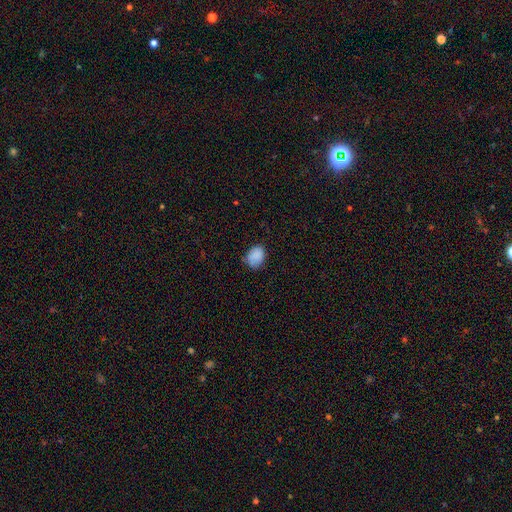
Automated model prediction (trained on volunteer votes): smooth_or_featured: smooth (p=0.86) [alt: star or artifact p=0.08]
how_rounded: in between (p=0.62) [alt: round p=0.37]
merging: none (p=0.69) [alt: minor disturbance p=0.25]